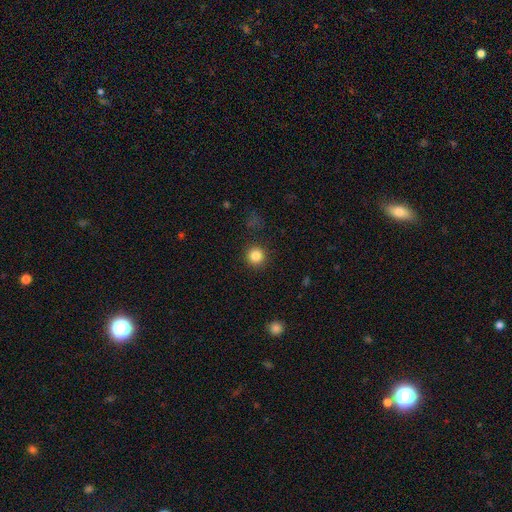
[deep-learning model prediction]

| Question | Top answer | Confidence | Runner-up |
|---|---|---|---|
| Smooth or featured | smooth | 85% | star or artifact (11%) |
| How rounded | round | 95% | in between (4%) |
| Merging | none | 90% | minor disturbance (6%) |